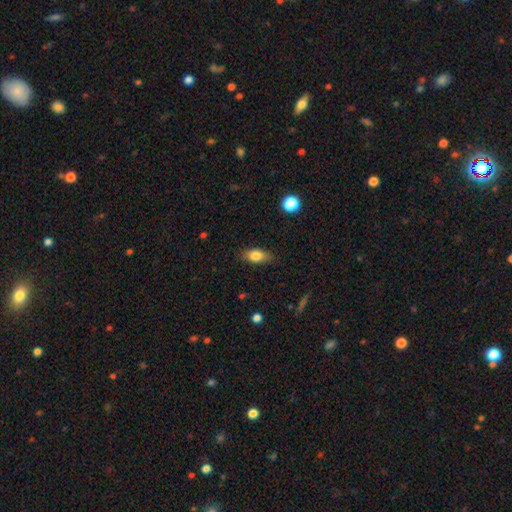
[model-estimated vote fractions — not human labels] This is likely a smooth galaxy (79%). How rounded: clearly in between (84%). Merging: clearly none (81%).